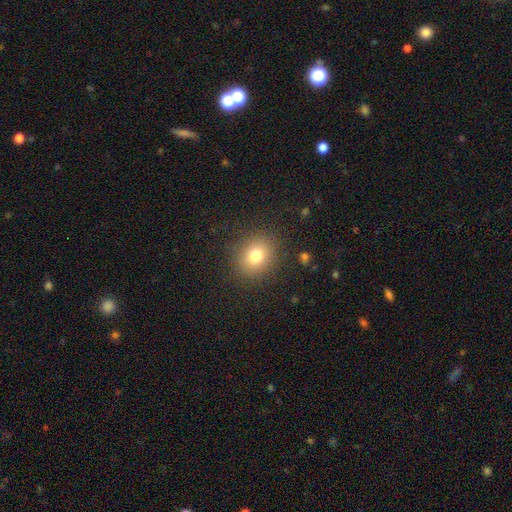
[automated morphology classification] smooth-or-featured: smooth: 78% | star or artifact: 13% | featured or disk: 9%
  how-rounded: round: 71% | in between: 28% | cigar-shaped: 1%
  merging: none: 87% | minor disturbance: 8% | major disturbance: 4% | merger: 1%